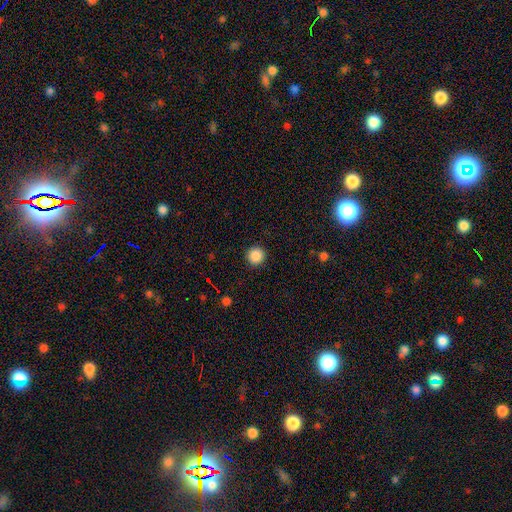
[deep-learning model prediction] Smooth or featured? smooth (88%)
How rounded? round (96%)
Merging? none (93%)